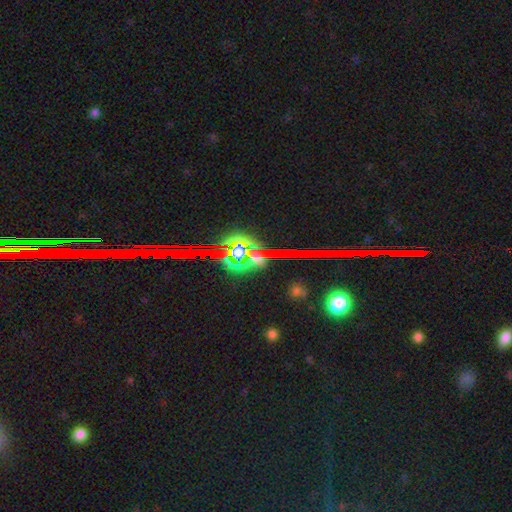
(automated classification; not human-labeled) The model was most divided on "smooth or featured": star or artifact: 77%, featured or disk: 13%, smooth: 10%.